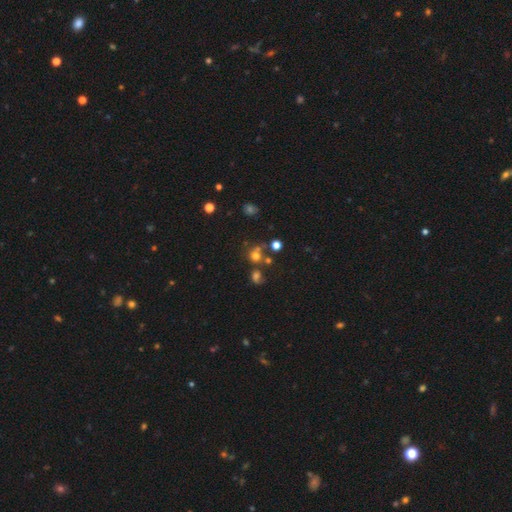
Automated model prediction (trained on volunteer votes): This is likely a smooth galaxy (64%). How rounded: clearly round (84%). Merging: possibly none (49%).